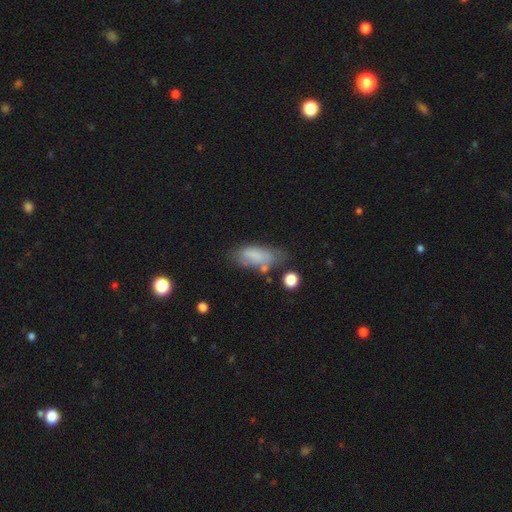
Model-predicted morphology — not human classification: This appears to be a smooth galaxy with no disk features (71%) that is in between round and cigar-shaped (80%). Merging: none (48%).